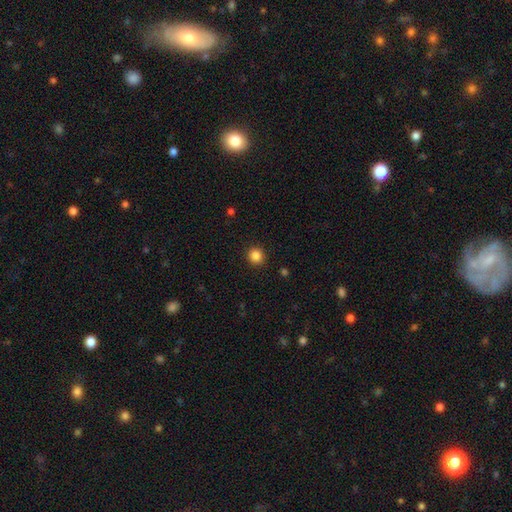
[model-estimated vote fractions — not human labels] smooth-or-featured: smooth: 86% | star or artifact: 11% | featured or disk: 4%
  how-rounded: round: 90% | in between: 9% | cigar-shaped: 1%
  merging: none: 92% | minor disturbance: 5% | major disturbance: 2% | merger: 1%